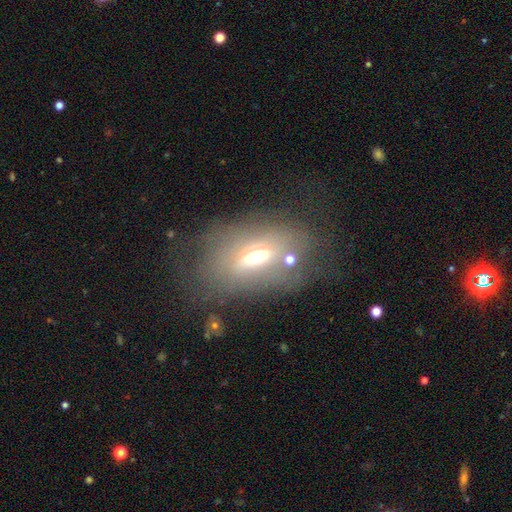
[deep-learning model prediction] A smooth galaxy with no disk features (48%).

Vote fractions:
- Smooth or featured? smooth: 48% / featured or disk: 38% / star or artifact: 14%
- Merging? none: 47% / major disturbance: 22% / minor disturbance: 22% / merger: 8%